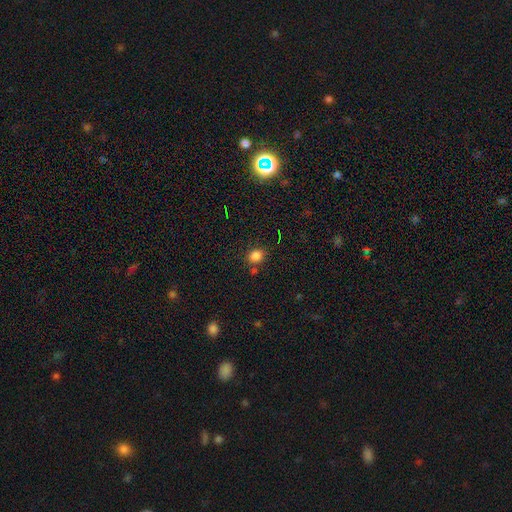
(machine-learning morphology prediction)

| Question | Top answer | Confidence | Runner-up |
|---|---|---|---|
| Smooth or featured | smooth | 82% | star or artifact (13%) |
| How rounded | round | 69% | in between (30%) |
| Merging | none | 77% | minor disturbance (12%) |